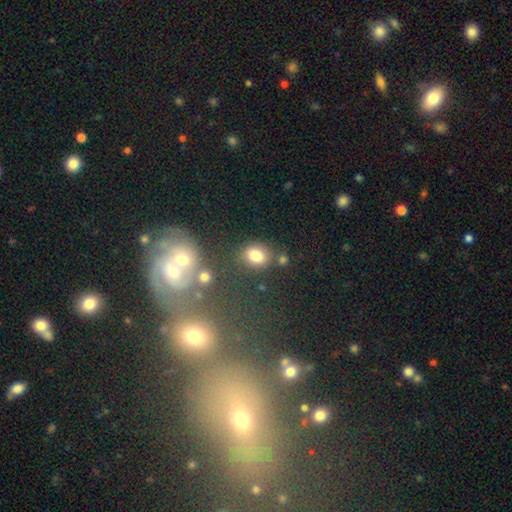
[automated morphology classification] type=smooth (80%); roundness=round (52%); merging=none (72%).